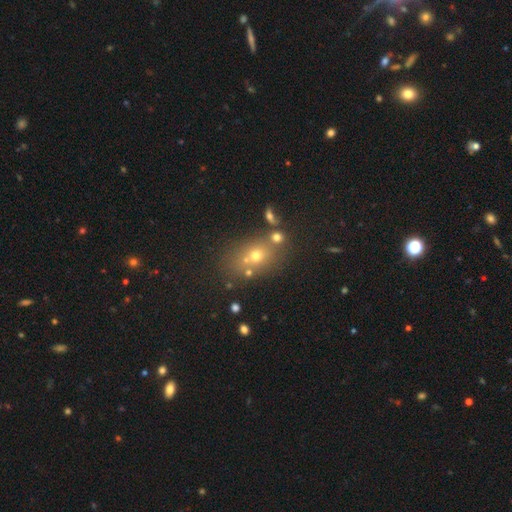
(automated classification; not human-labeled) This is possibly a smooth galaxy (59%). How rounded: possibly in between (52%). Merging: possibly none (57%).